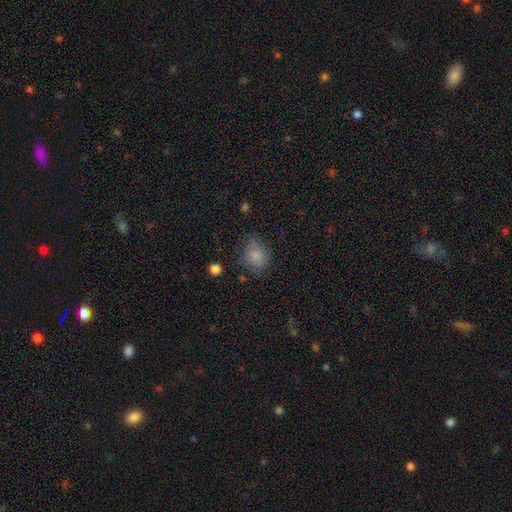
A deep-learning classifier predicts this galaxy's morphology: Smooth or featured: smooth — 79% (star or artifact — 11%)
How rounded: round — 68% (in between — 31%)
Merging: none — 62% (minor disturbance — 26%)